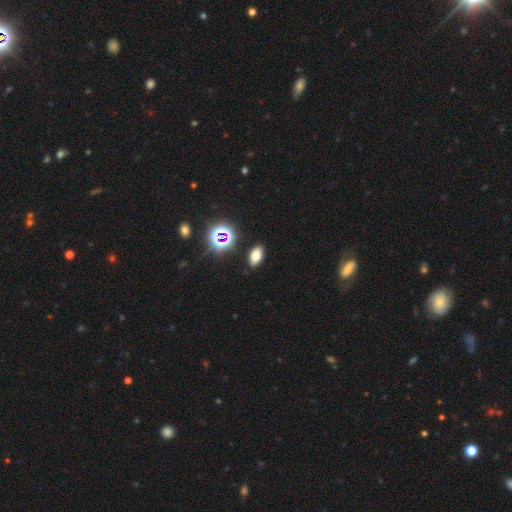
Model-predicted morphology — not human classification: Smooth or featured?
  - smooth: 65% *
  - star or artifact: 22%
  - featured or disk: 13%
How rounded?
  - in between: 87% *
  - round: 8%
  - cigar-shaped: 6%
Merging?
  - none: 89% *
  - minor disturbance: 8%
  - major disturbance: 2%
  - merger: 2%